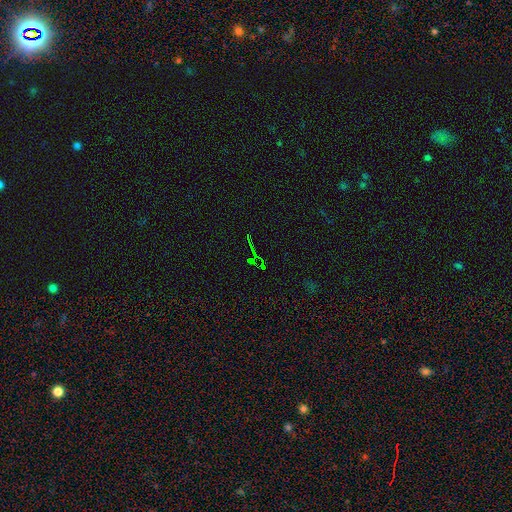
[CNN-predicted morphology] smooth_or_featured: star or artifact (p=0.77) [alt: featured or disk p=0.11]